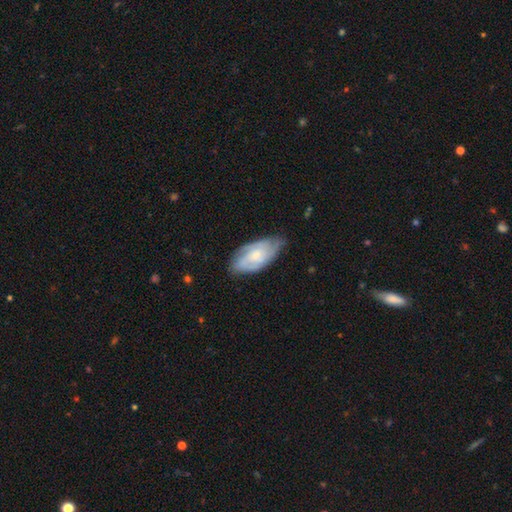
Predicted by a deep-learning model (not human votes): Q: Smooth or featured?
A: featured or disk (62%); runner-up: smooth (32%)
Q: Edge-on disk?
A: no (94%); runner-up: yes (6%)
Q: Bar?
A: no (68%); runner-up: weak (28%)
Q: Spiral arms?
A: yes (89%); runner-up: no (11%)
Q: Spiral winding?
A: tight (52%); runner-up: medium (37%)
Q: Spiral arm count?
A: can't tell (34%); runner-up: 2 (33%)
Q: Bulge size?
A: small (52%); runner-up: moderate (39%)
Q: Merging?
A: none (65%); runner-up: minor disturbance (28%)